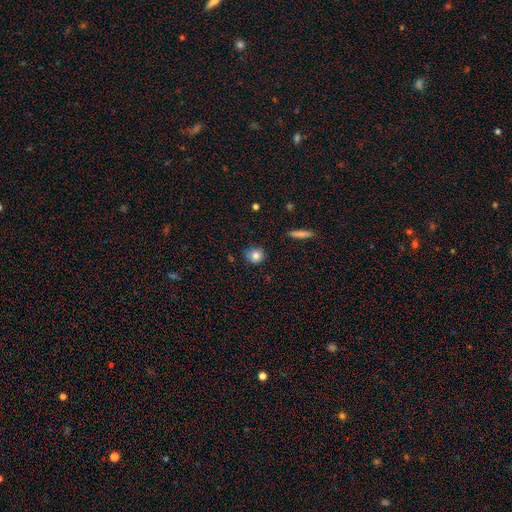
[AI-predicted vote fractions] The model was most divided on "merging": none: 82%, minor disturbance: 14%, major disturbance: 3%, merger: 2%. More confident: how rounded — round (83%); smooth or featured — smooth (81%).